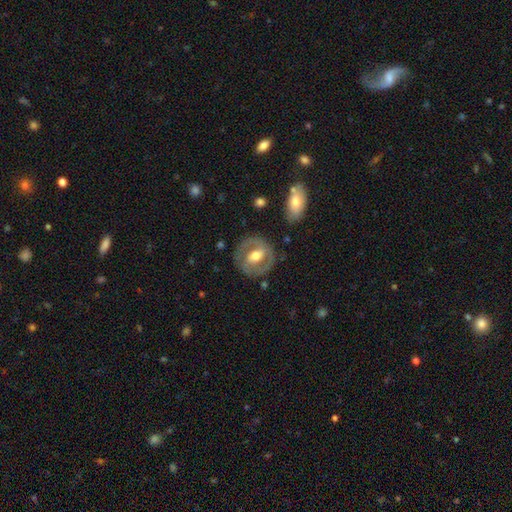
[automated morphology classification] smooth-or-featured: featured or disk: 67% | smooth: 28% | star or artifact: 5%
  disk-edge-on: no: 95% | yes: 5%
    bar: weak: 41% | strong: 32% | no: 27%
    has-spiral-arms: yes: 62% | no: 38%
    bulge-size: moderate: 72% | large: 15% | small: 11% | dominant: 1% | none: 1%
  merging: none: 80% | minor disturbance: 13% | major disturbance: 6% | merger: 2%